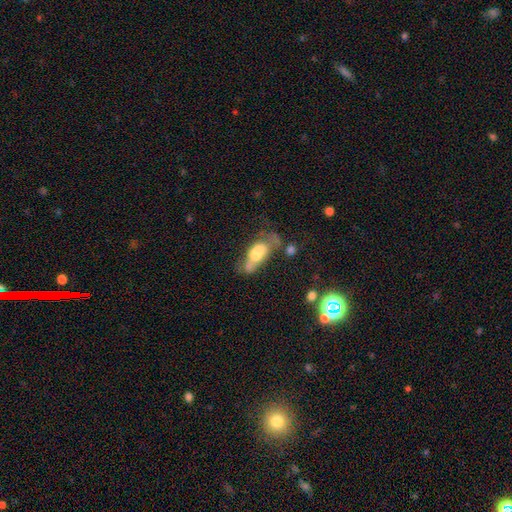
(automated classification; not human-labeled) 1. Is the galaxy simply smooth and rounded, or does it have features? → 57% smooth, 33% featured or disk, 9% star or artifact.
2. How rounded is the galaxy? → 78% in between, 18% cigar-shaped, 4% round.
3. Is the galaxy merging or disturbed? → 31% major disturbance, 26% merger, 22% none, 21% minor disturbance.